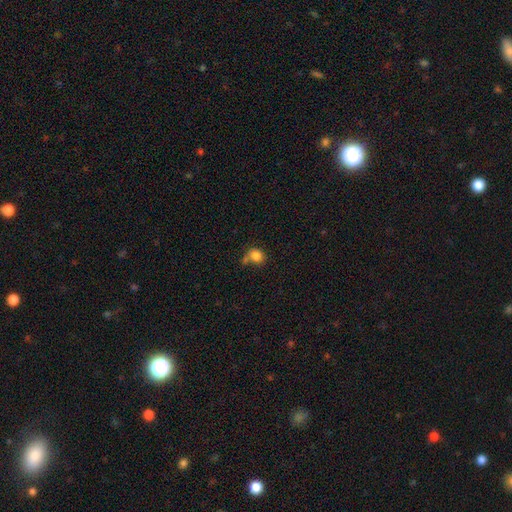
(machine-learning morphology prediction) A smooth galaxy with no disk features (83%) that is round (71%).

Vote fractions:
- Smooth or featured? smooth: 83% / star or artifact: 10% / featured or disk: 7%
- How rounded? round: 71% / in between: 28% / cigar-shaped: 1%
- Merging? none: 48% / merger: 21% / minor disturbance: 20% / major disturbance: 11%